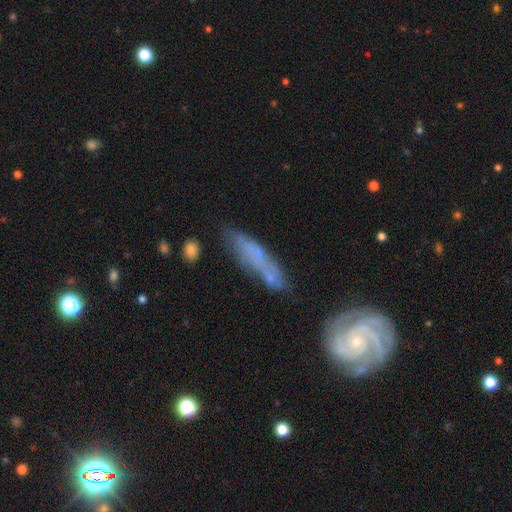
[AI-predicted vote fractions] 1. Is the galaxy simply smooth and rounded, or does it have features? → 55% featured or disk, 36% smooth, 9% star or artifact.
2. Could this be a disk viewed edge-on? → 68% no, 32% yes.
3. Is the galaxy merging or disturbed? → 59% none, 23% minor disturbance, 10% merger, 8% major disturbance.